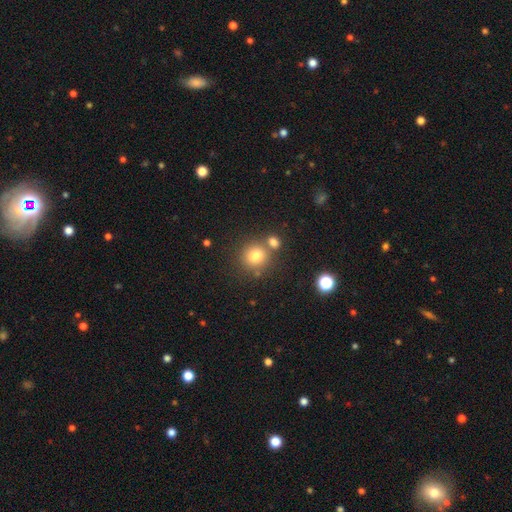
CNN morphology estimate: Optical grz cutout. It shows a smooth galaxy with no disk features (79%) that is round (87%). Merging: none (67%).